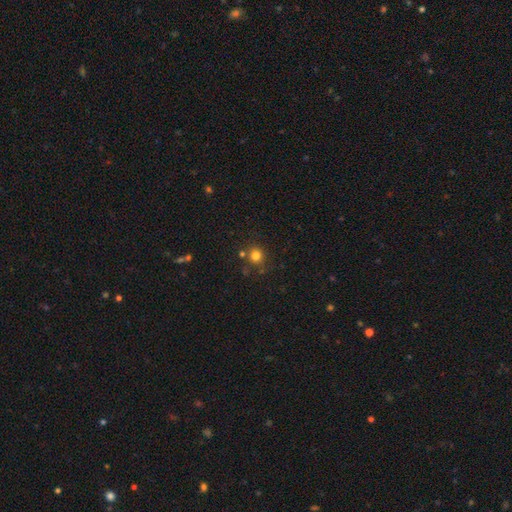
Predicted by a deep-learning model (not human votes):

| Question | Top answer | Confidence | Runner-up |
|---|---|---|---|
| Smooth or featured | smooth | 78% | star or artifact (16%) |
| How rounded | round | 91% | in between (8%) |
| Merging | none | 79% | minor disturbance (9%) |